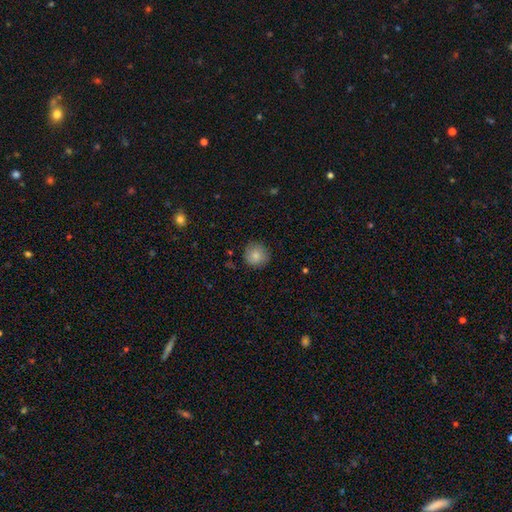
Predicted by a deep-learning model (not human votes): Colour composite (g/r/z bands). It shows a smooth galaxy with no disk features (83%) that is round (93%). Merging: none (86%).